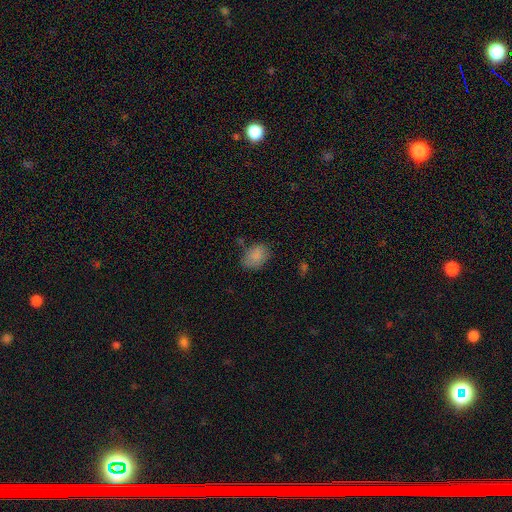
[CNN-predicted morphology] A smooth galaxy with no disk features (85%) that is in between round and cigar-shaped (81%).

Vote fractions:
- Smooth or featured? smooth: 85% / star or artifact: 9% / featured or disk: 6%
- How rounded? in between: 81% / round: 18% / cigar-shaped: 1%
- Merging? none: 68% / minor disturbance: 22% / major disturbance: 6% / merger: 4%